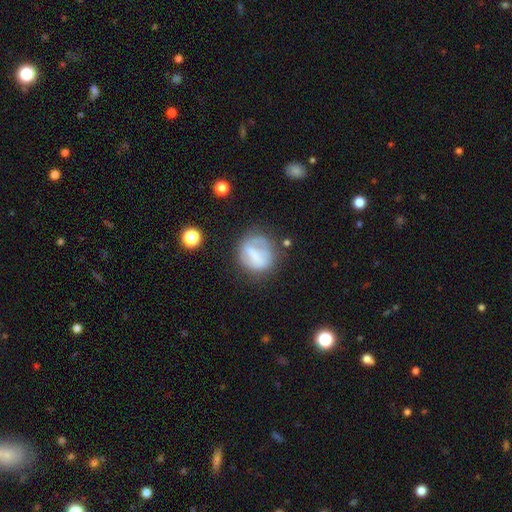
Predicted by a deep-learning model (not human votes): A smooth galaxy with no disk features (50%). Merging: none (53%).